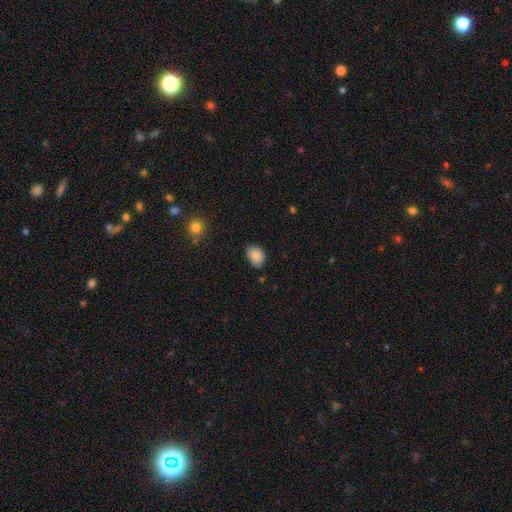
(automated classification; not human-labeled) Smooth or featured? smooth (86%)
How rounded? in between (71%)
Merging? none (72%)